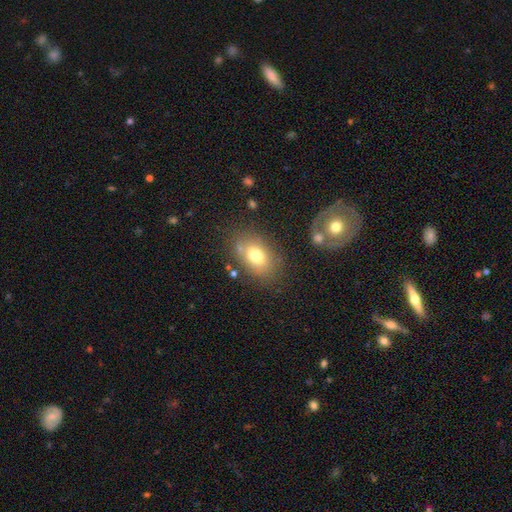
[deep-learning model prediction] smooth 73%, featured or disk 17%, star or artifact 10%. Down the decision tree: how rounded — in between (80%); merging — none (72%).